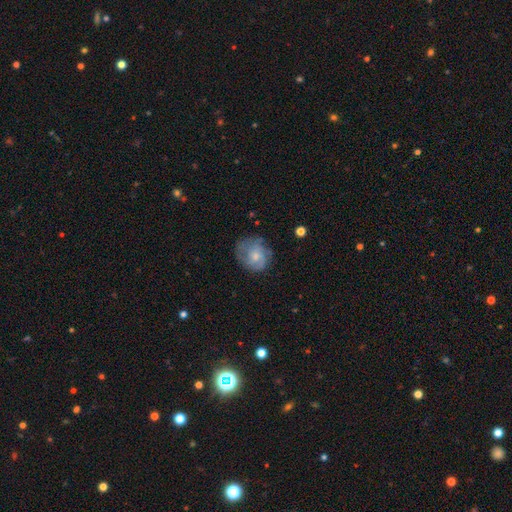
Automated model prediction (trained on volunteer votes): A smooth galaxy with no disk features (53%) that is round (67%).

Vote fractions:
- Smooth or featured? smooth: 53% / featured or disk: 39% / star or artifact: 8%
- How rounded? round: 67% / in between: 32% / cigar-shaped: 1%
- Merging? none: 58% / minor disturbance: 27% / major disturbance: 13% / merger: 2%